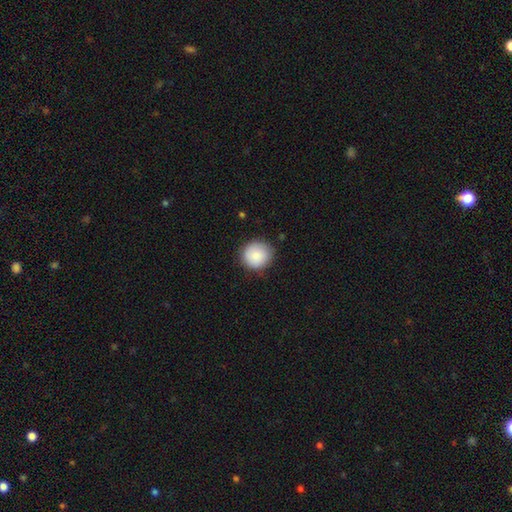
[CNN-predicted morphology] Q: Smooth or featured?
A: smooth (85%); runner-up: featured or disk (8%)
Q: How rounded?
A: round (91%); runner-up: in between (8%)
Q: Merging?
A: none (84%); runner-up: minor disturbance (12%)